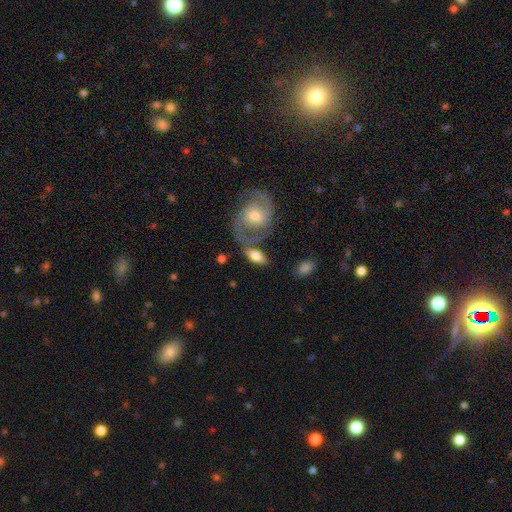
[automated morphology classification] Smooth or featured? Predicted: smooth (p=0.56). How rounded? Predicted: in between (p=0.87). Merging? Predicted: none (p=0.50).